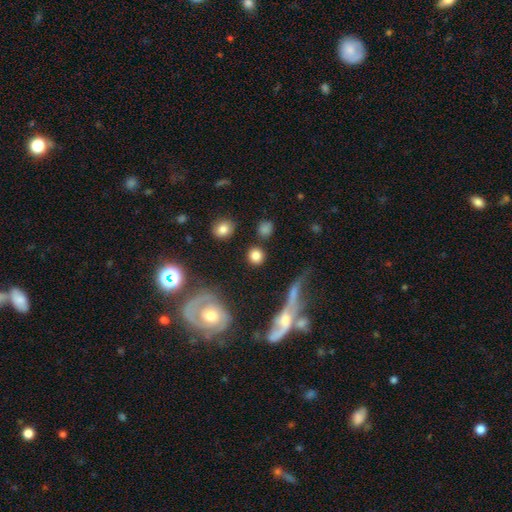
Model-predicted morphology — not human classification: Smooth or featured? smooth (83%)
How rounded? round (85%)
Merging? none (84%)